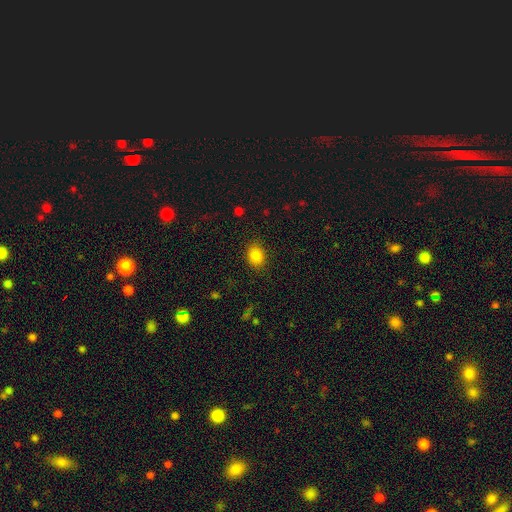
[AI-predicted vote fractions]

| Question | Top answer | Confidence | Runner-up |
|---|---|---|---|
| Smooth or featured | smooth | 85% | star or artifact (10%) |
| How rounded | in between | 64% | round (35%) |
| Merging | none | 86% | minor disturbance (10%) |